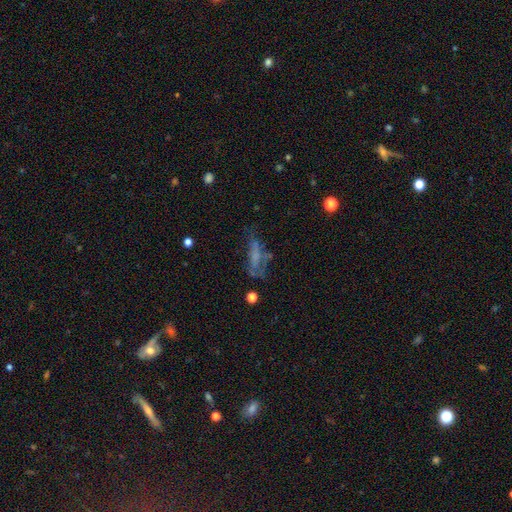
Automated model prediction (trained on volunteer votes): Morphology: type=featured or disk (42%); merging=none (39%).